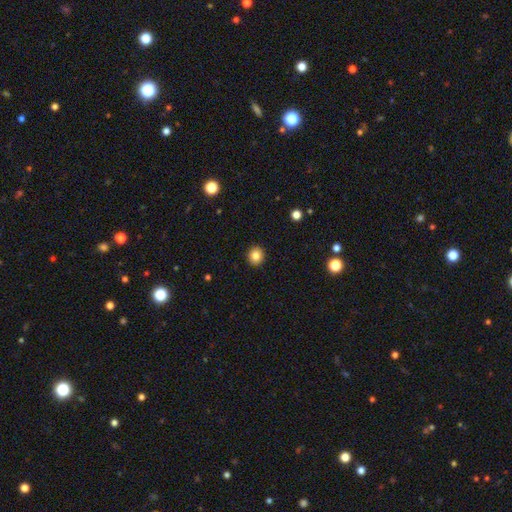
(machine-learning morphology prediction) Smooth or featured: smooth — 83% (star or artifact — 10%)
How rounded: round — 91% (in between — 9%)
Merging: none — 93% (minor disturbance — 5%)